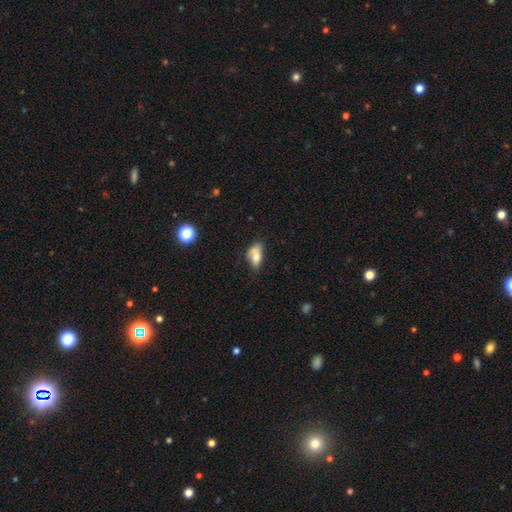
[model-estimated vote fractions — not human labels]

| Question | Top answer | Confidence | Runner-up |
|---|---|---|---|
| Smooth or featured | smooth | 73% | featured or disk (17%) |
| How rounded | in between | 85% | cigar-shaped (9%) |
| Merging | none | 37% | minor disturbance (32%) |